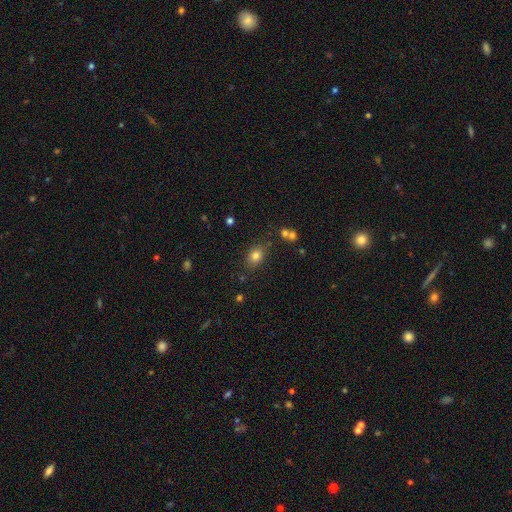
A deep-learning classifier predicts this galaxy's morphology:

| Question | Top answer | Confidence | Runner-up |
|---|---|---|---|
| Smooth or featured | smooth | 78% | star or artifact (13%) |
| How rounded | in between | 59% | round (39%) |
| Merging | none | 80% | minor disturbance (13%) |